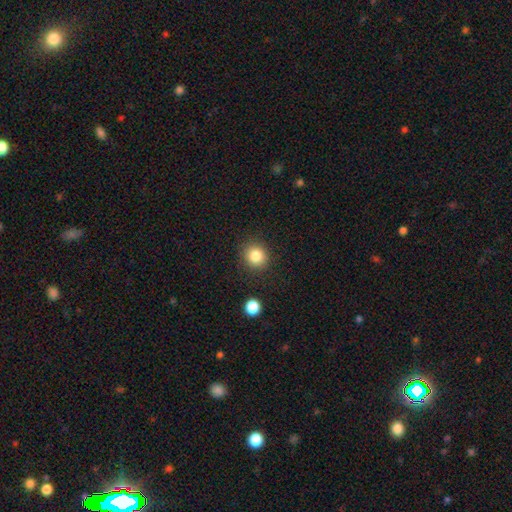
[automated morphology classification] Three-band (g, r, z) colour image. It shows a smooth galaxy with no disk features (84%) that is round (88%). Merging: none (88%).